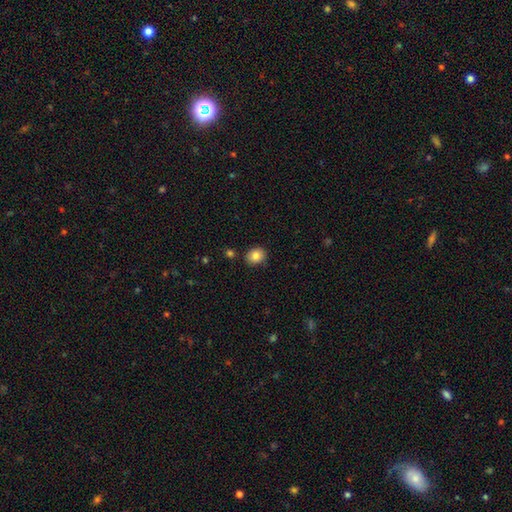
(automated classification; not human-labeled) smooth_or_featured: smooth (p=0.83) [alt: star or artifact p=0.09]
how_rounded: round (p=0.62) [alt: in between p=0.37]
merging: none (p=0.85) [alt: minor disturbance p=0.10]